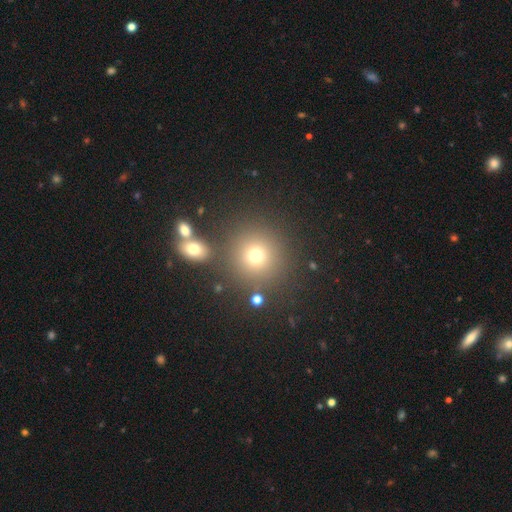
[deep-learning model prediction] Smooth or featured? Predicted: smooth (p=0.72). How rounded? Predicted: round (p=0.92). Merging? Predicted: none (p=0.80).